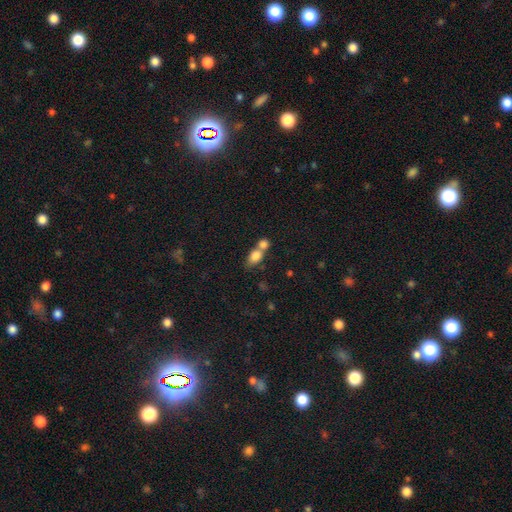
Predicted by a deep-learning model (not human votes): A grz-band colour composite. It shows a smooth galaxy with no disk features (80%) that is in between round and cigar-shaped (68%). Merging: merger (61%).